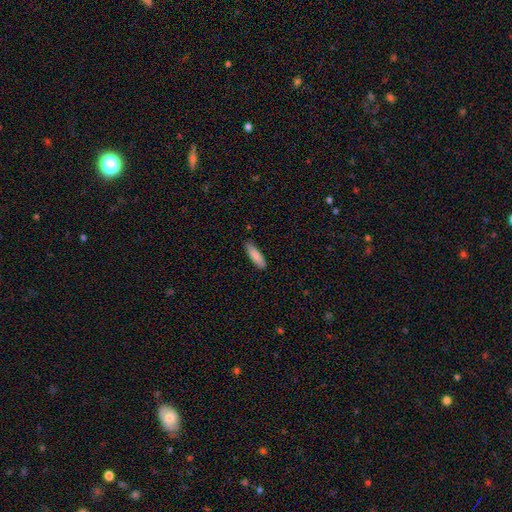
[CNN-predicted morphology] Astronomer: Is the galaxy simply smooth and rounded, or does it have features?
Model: smooth — 85%.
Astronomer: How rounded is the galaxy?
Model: cigar-shaped — 59% (runner-up: in between, 40%).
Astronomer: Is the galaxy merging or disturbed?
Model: none — 83%.